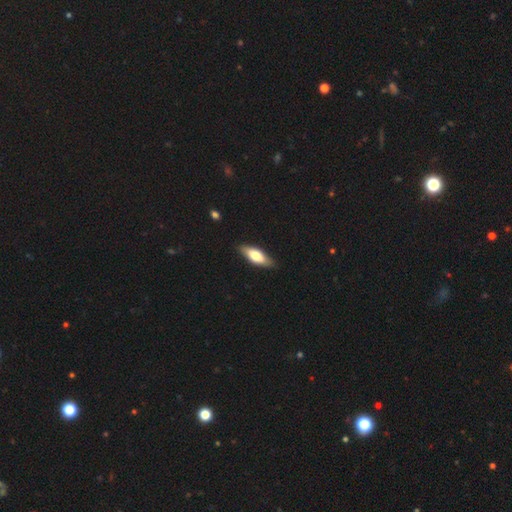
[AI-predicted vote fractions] Overall: smooth (64%; featured or disk 30%). How rounded: in between (66%; cigar-shaped 32%). Merging: none (85%).